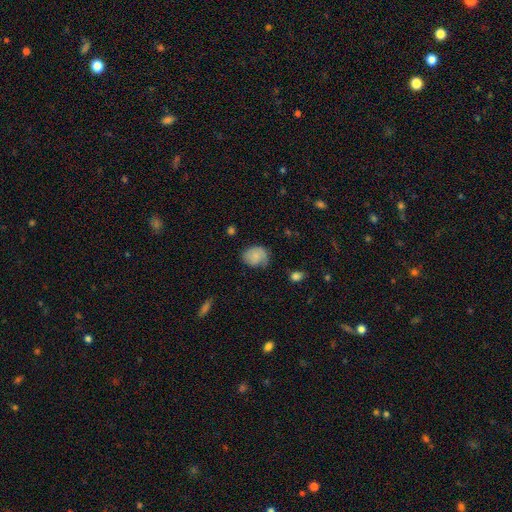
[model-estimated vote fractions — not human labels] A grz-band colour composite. It shows a smooth galaxy with no disk features (66%) that is round (58%). Merging: none (56%).